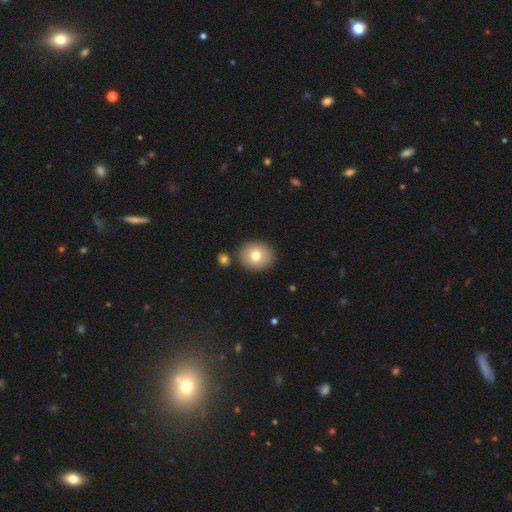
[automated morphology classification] Smooth or featured? Predicted: smooth (p=0.76). How rounded? Predicted: round (p=0.76). Merging? Predicted: none (p=0.84).